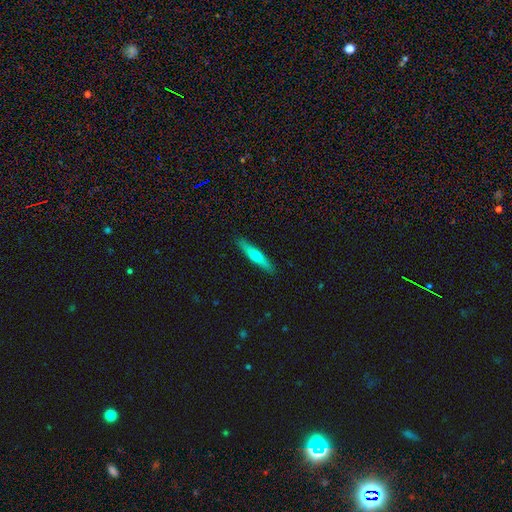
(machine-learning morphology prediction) This is possibly a smooth galaxy (50%). Merging: clearly none (90%).